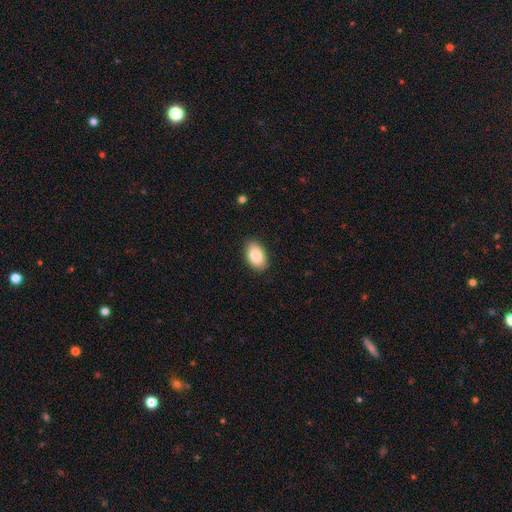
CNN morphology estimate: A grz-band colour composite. It shows a smooth galaxy with no disk features (86%) that is in between round and cigar-shaped (91%). Merging: none (86%).